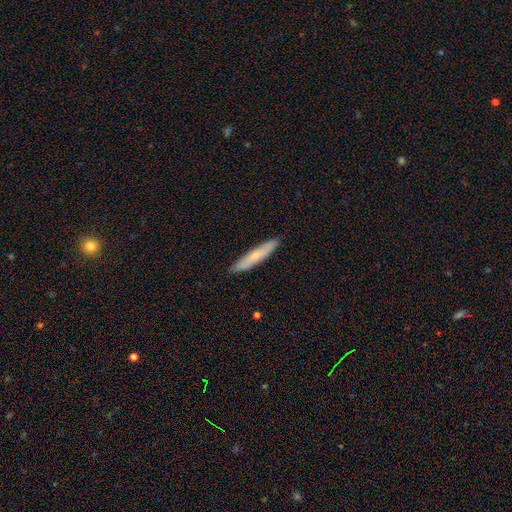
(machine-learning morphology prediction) smooth 62%, featured or disk 33%, star or artifact 6%. Down the decision tree: how rounded — cigar-shaped (90%); merging — none (88%).